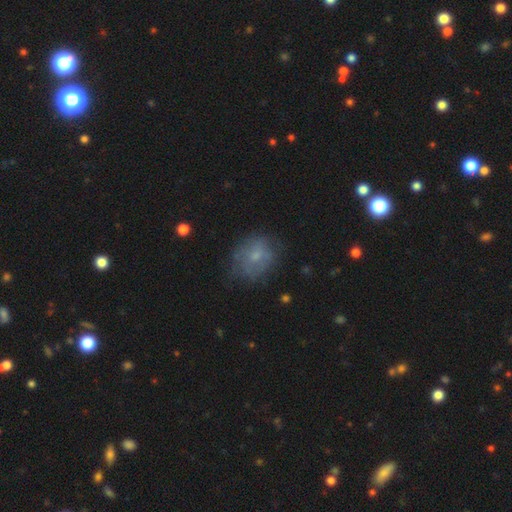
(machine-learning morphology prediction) Smooth or featured?
  - smooth: 60% *
  - featured or disk: 29%
  - star or artifact: 11%
How rounded?
  - round: 59% *
  - in between: 40%
  - cigar-shaped: 1%
Merging?
  - none: 62% *
  - minor disturbance: 24%
  - major disturbance: 12%
  - merger: 2%